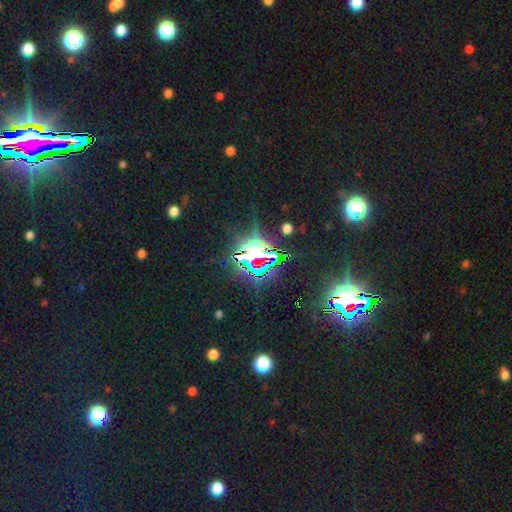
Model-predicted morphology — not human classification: smooth-or-featured: star or artifact: 80% | smooth: 10% | featured or disk: 10%